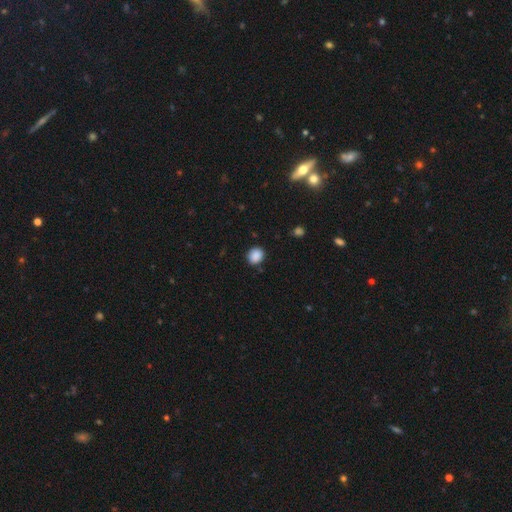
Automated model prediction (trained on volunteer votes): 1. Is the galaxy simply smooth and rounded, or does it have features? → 88% smooth, 9% star or artifact, 3% featured or disk.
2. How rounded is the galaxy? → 70% round, 29% in between, 1% cigar-shaped.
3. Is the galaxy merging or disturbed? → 86% none, 10% minor disturbance, 3% major disturbance, 1% merger.